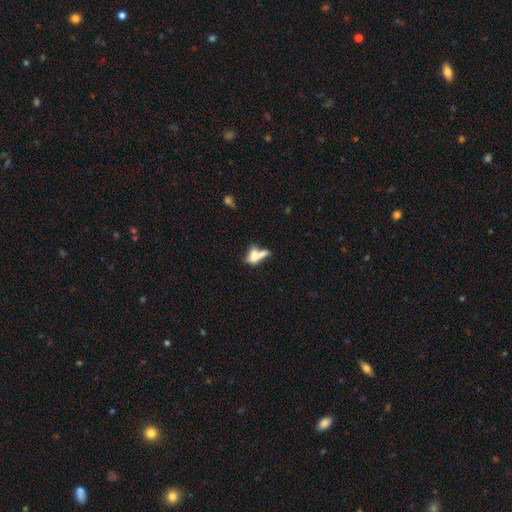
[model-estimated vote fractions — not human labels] A smooth galaxy with no disk features (58%) that is in between round and cigar-shaped (57%).

Vote fractions:
- Smooth or featured? smooth: 58% / featured or disk: 30% / star or artifact: 12%
- How rounded? in between: 57% / cigar-shaped: 31% / round: 13%
- Merging? merger: 45% / none: 28% / major disturbance: 15% / minor disturbance: 13%